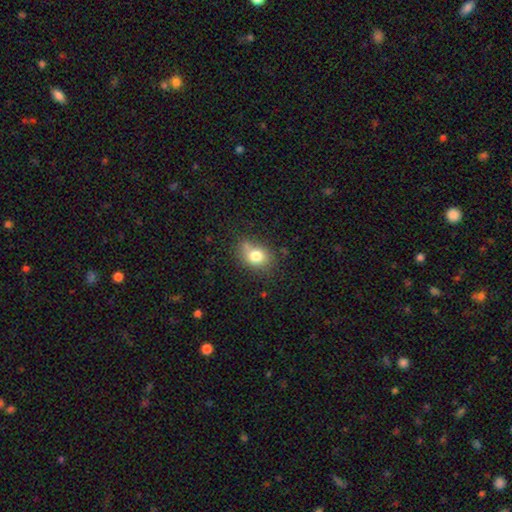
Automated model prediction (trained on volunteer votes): The model was most divided on "how rounded": in between: 51%, round: 47%, cigar-shaped: 1%. More confident: smooth or featured — smooth (78%); merging — none (63%).